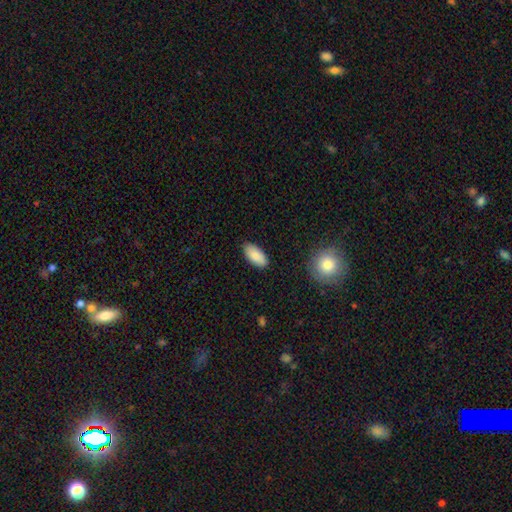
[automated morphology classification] This appears to be a smooth galaxy with no disk features (89%) that is in between round and cigar-shaped (91%). Merging: none (87%).